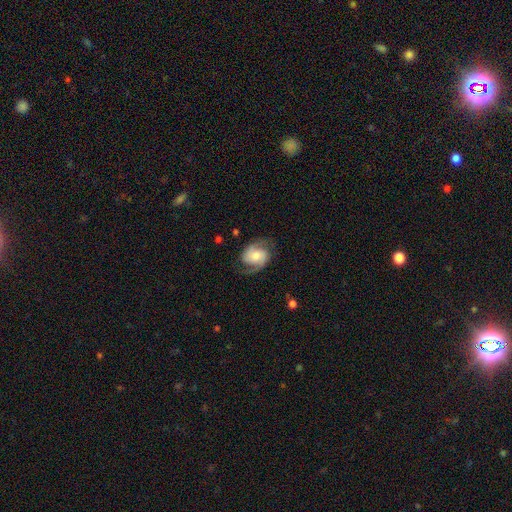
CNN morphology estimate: This is clearly a featured or disk galaxy (83%). It is clearly not viewed edge-on (98%). Bar: possibly no (57%). Spiral arm pattern: clearly yes (97%). Spiral arm count: clearly 2 (91%). Spiral winding: possibly medium (51%). Central bulge: possibly moderate (49%). Merging: likely none (76%).